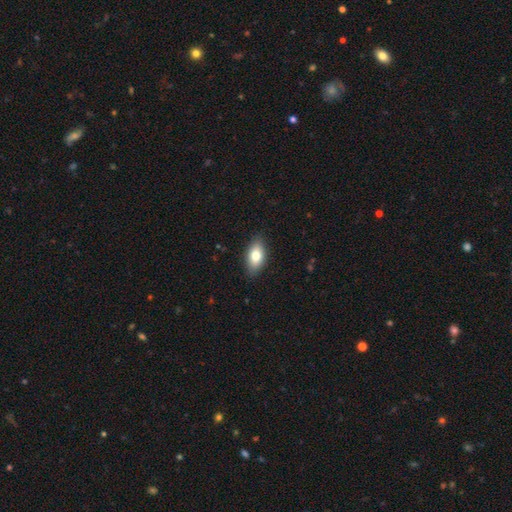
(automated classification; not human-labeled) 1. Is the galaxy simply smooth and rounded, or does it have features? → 77% smooth, 15% featured or disk, 7% star or artifact.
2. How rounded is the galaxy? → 89% in between, 6% cigar-shaped, 5% round.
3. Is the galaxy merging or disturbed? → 86% none, 11% minor disturbance, 2% major disturbance, 1% merger.